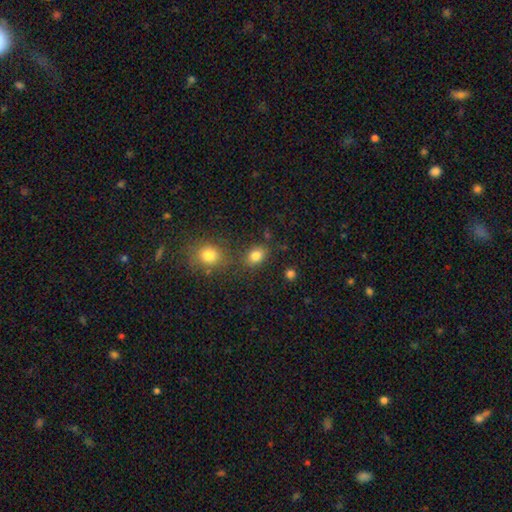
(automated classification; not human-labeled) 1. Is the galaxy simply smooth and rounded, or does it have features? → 81% smooth, 12% star or artifact, 7% featured or disk.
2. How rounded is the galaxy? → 61% in between, 38% round, 1% cigar-shaped.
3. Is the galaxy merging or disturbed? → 73% none, 12% minor disturbance, 12% merger, 4% major disturbance.